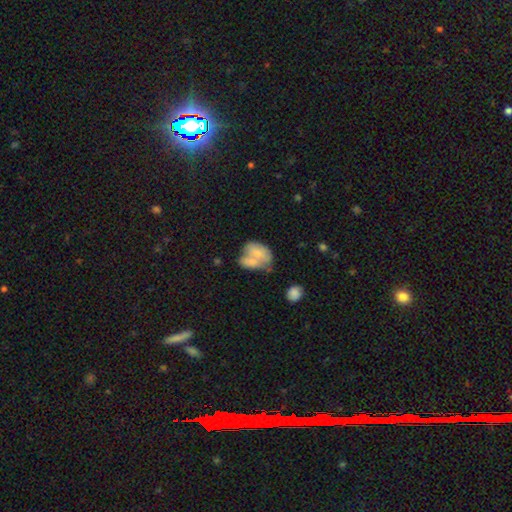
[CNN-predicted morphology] smooth-or-featured: smooth: 68% | featured or disk: 25% | star or artifact: 7%
  how-rounded: in between: 79% | round: 19% | cigar-shaped: 2%
  merging: merger: 59% | none: 21% | minor disturbance: 13% | major disturbance: 8%